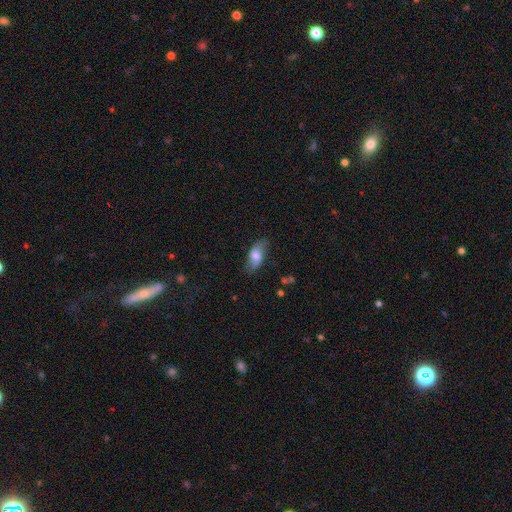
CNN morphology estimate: Overall: smooth (62%; featured or disk 30%). How rounded: in between (86%). Merging: none (73%).